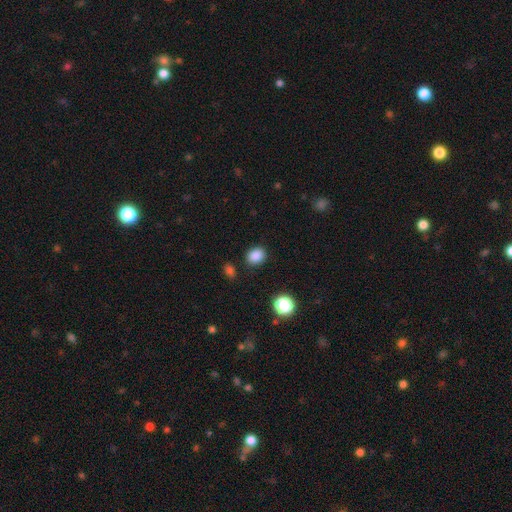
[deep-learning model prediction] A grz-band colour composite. It shows a smooth galaxy with no disk features (86%) that is round (54%). Merging: none (86%).